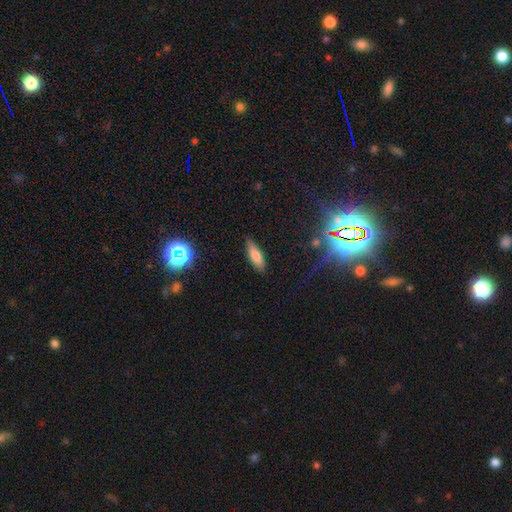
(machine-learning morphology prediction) A smooth galaxy with no disk features (76%) that is in between round and cigar-shaped (55%).

Vote fractions:
- Smooth or featured? smooth: 76% / featured or disk: 15% / star or artifact: 10%
- How rounded? in between: 55% / cigar-shaped: 43% / round: 2%
- Merging? none: 81% / minor disturbance: 15% / major disturbance: 3% / merger: 1%